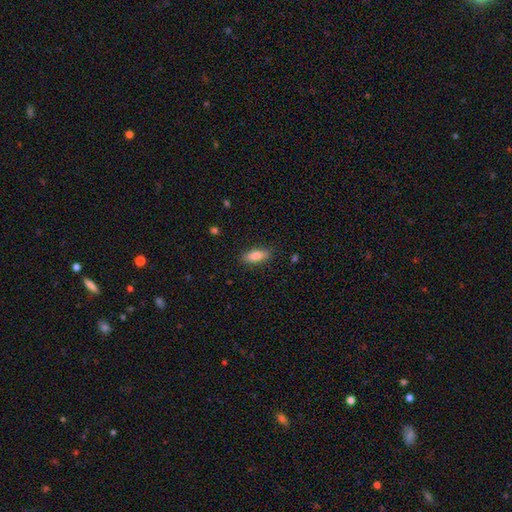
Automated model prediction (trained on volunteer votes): Overall: smooth (83%). How rounded: in between (77%). Merging: none (85%).